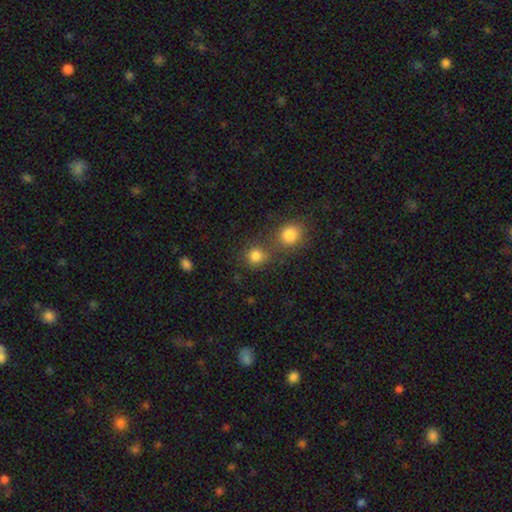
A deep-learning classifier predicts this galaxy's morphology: smooth-or-featured: smooth: 82% | star or artifact: 13% | featured or disk: 6%
  how-rounded: round: 87% | in between: 12% | cigar-shaped: 1%
  merging: none: 55% | merger: 32% | minor disturbance: 8% | major disturbance: 4%